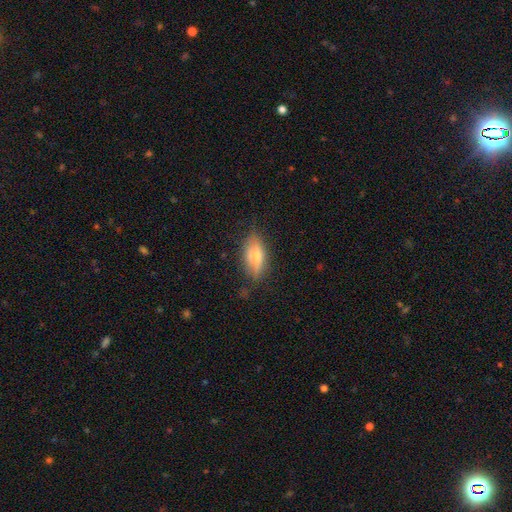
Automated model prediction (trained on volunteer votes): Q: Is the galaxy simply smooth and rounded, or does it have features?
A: smooth — 59%.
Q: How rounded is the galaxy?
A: in between — 80%.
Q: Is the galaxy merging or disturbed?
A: none — 73%.